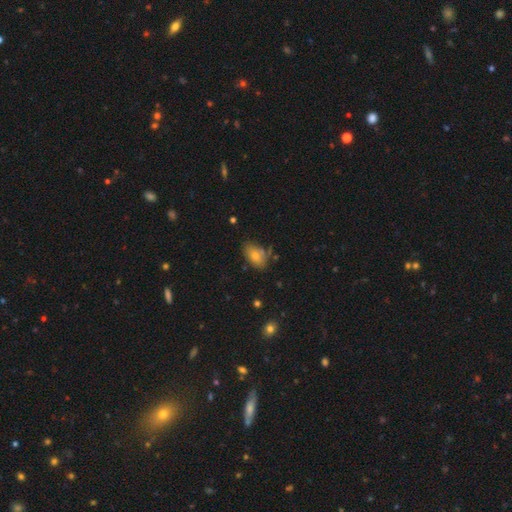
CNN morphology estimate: Smooth or featured?
  - smooth: 72% *
  - featured or disk: 18%
  - star or artifact: 10%
How rounded?
  - in between: 88% *
  - round: 10%
  - cigar-shaped: 2%
Merging?
  - none: 67% *
  - minor disturbance: 22%
  - merger: 6%
  - major disturbance: 5%